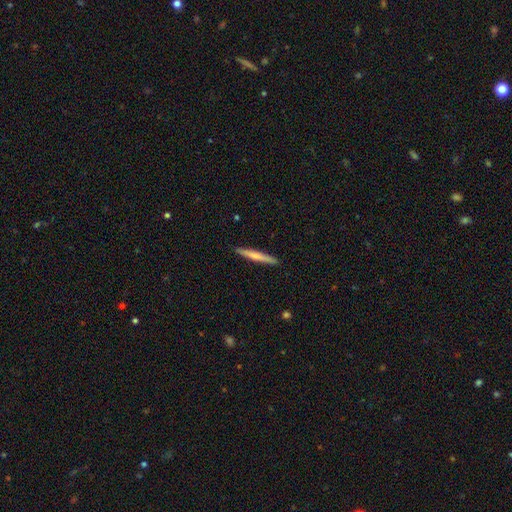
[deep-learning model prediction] Morphology: type=smooth (60%); roundness=cigar-shaped (96%); merging=none (91%).